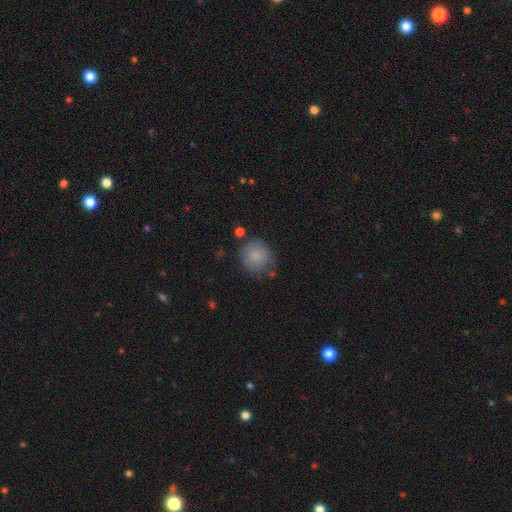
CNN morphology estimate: Q: Smooth or featured?
A: smooth (84%); runner-up: star or artifact (8%)
Q: How rounded?
A: round (89%); runner-up: in between (10%)
Q: Merging?
A: none (72%); runner-up: minor disturbance (18%)